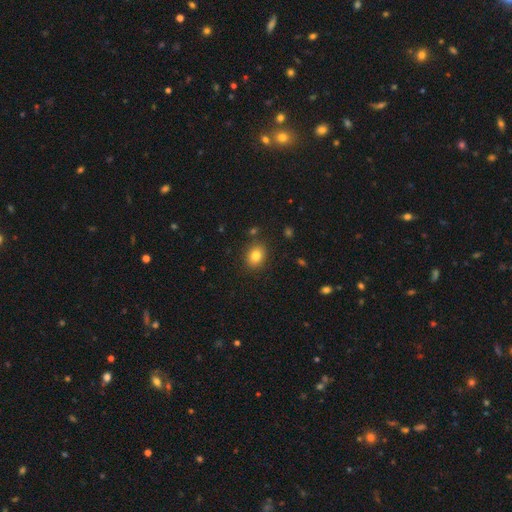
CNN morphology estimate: Overall: smooth (82%). How rounded: in between (51%; round 48%). Merging: none (85%).